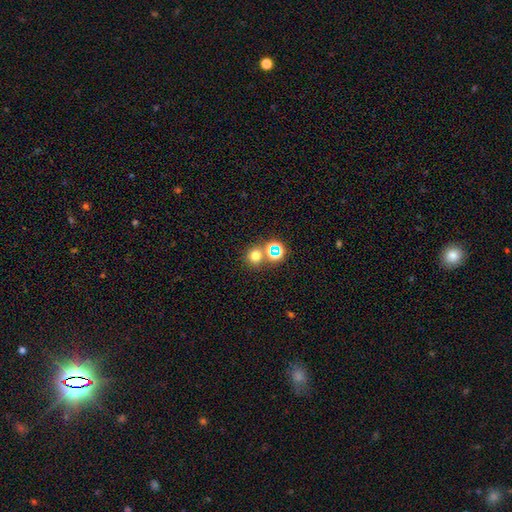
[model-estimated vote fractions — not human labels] smooth 68%, star or artifact 25%, featured or disk 7%. Down the decision tree: how rounded — round (89%); merging — none (71%).